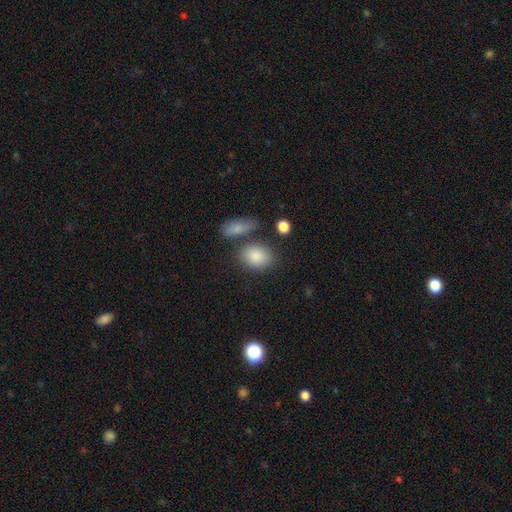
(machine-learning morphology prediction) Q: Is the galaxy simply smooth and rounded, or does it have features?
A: smooth — 84%.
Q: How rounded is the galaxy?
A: in between — 67%.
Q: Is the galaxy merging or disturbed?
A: none — 67%.